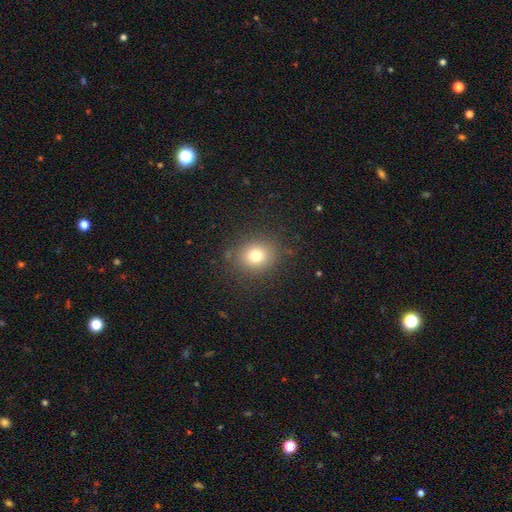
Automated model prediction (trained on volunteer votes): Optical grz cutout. It shows a smooth galaxy with no disk features (76%) that is round (77%). Merging: none (86%).